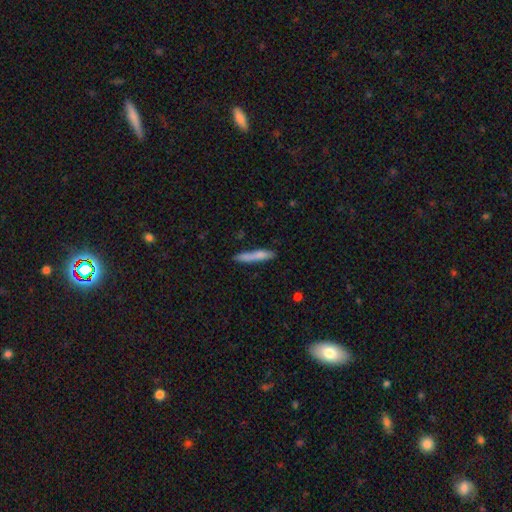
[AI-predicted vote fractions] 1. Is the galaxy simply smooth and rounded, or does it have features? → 73% smooth, 20% featured or disk, 6% star or artifact.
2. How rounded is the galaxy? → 93% cigar-shaped, 6% in between, 1% round.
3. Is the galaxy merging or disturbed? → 77% none, 16% minor disturbance, 3% merger, 3% major disturbance.